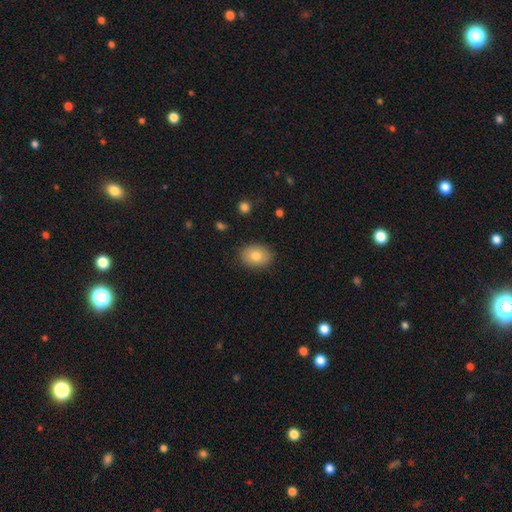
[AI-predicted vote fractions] A smooth galaxy with no disk features (80%) that is in between round and cigar-shaped (70%). Merging: none (87%).